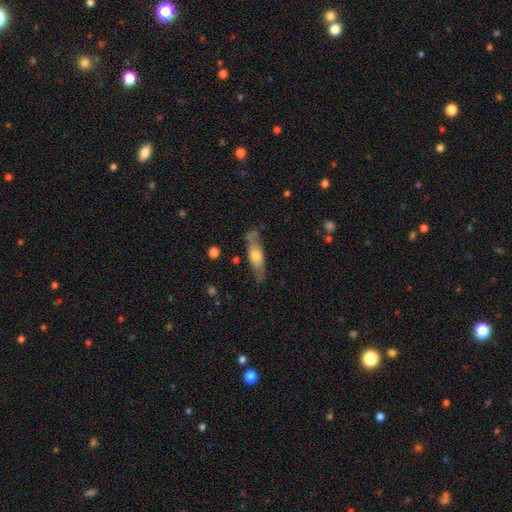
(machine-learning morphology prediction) Smooth or featured: smooth — 49% (featured or disk — 45%)
Merging: none — 69% (minor disturbance — 21%)